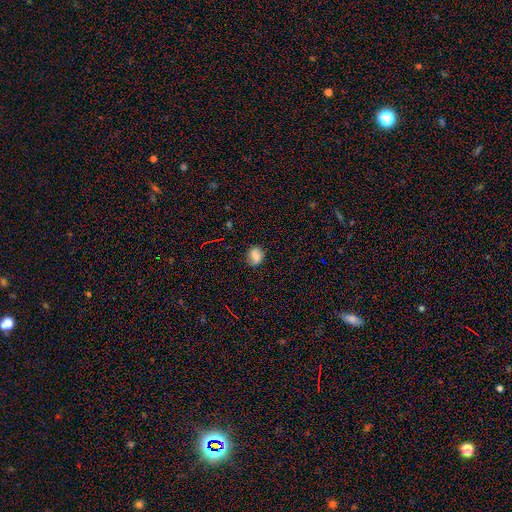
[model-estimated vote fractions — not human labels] Q: Smooth or featured?
A: smooth (73%); runner-up: featured or disk (14%)
Q: How rounded?
A: round (55%); runner-up: in between (44%)
Q: Merging?
A: none (79%); runner-up: minor disturbance (16%)